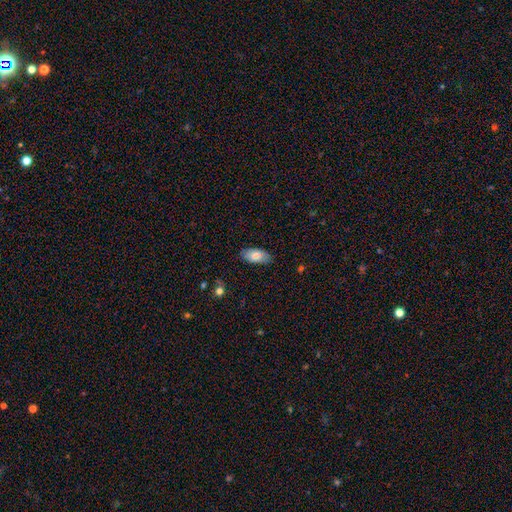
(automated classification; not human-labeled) Smooth or featured? smooth (75%)
How rounded? in between (91%)
Merging? none (84%)